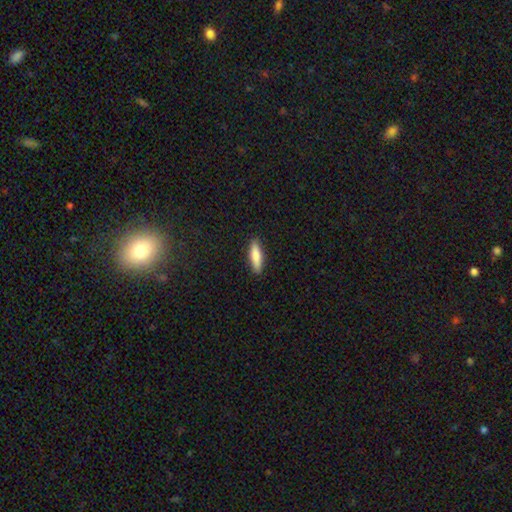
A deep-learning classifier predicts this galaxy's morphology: Smooth or featured? smooth (81%)
How rounded? cigar-shaped (60%)
Merging? none (90%)